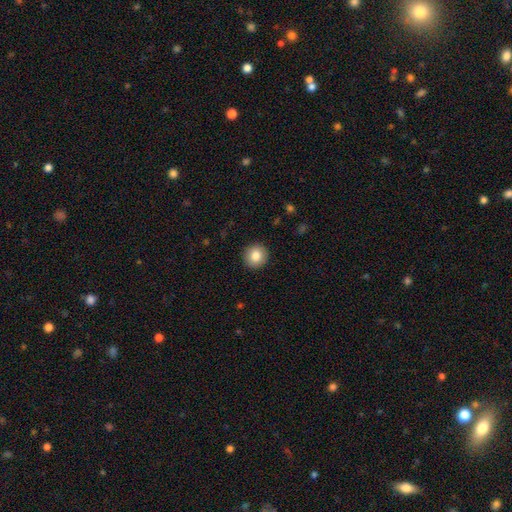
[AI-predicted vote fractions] A smooth galaxy with no disk features (84%) that is round (93%).

Vote fractions:
- Smooth or featured? smooth: 84% / star or artifact: 9% / featured or disk: 8%
- How rounded? round: 93% / in between: 6% / cigar-shaped: 1%
- Merging? none: 92% / minor disturbance: 5% / major disturbance: 2% / merger: 1%